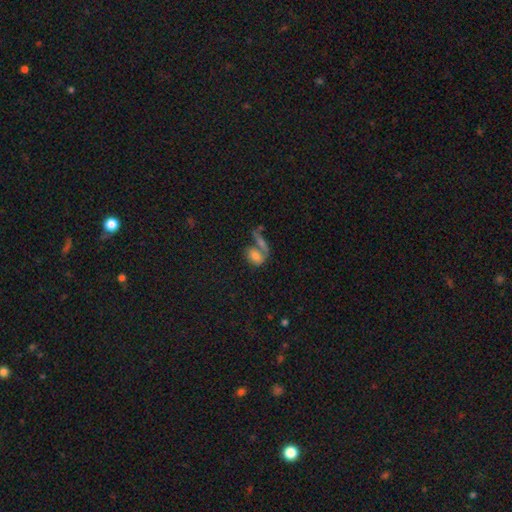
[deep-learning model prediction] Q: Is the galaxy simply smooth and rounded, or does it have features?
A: smooth — 68%.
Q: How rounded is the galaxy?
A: in between — 75%.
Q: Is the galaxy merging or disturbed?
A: merger — 46%.